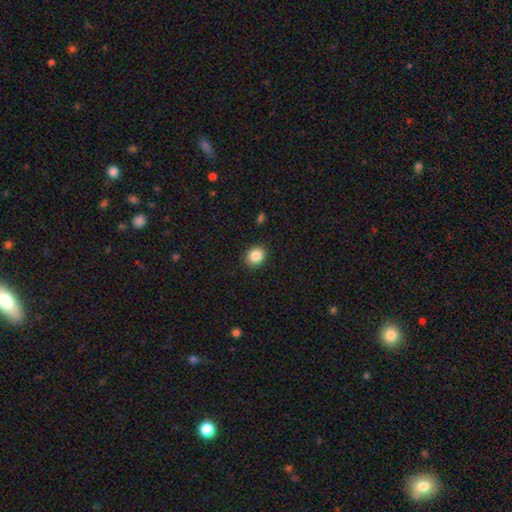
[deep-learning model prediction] The model was most divided on "how rounded": round: 69%, in between: 31%, cigar-shaped: 1%. More confident: merging — none (89%); smooth or featured — smooth (86%).